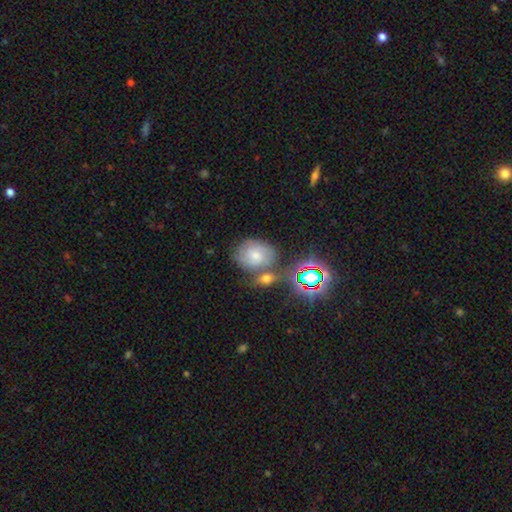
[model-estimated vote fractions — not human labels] Q: Smooth or featured?
A: smooth (56%); runner-up: featured or disk (27%)
Q: How rounded?
A: in between (52%); runner-up: round (47%)
Q: Merging?
A: none (48%); runner-up: merger (28%)